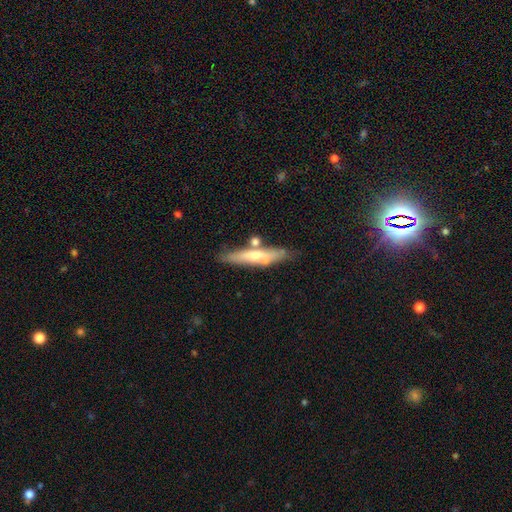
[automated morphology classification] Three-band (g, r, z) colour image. It shows a featured or disk galaxy (49%). Merging: none (69%).